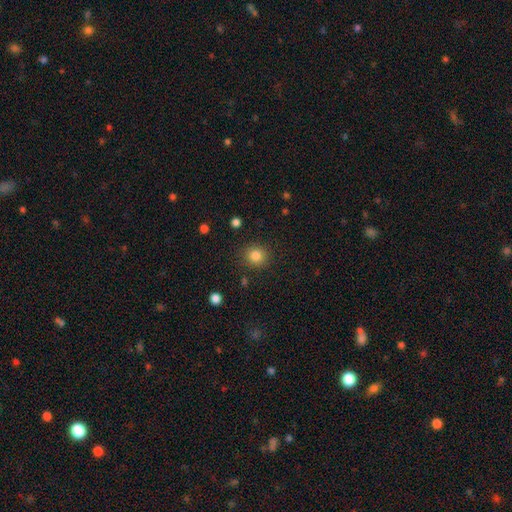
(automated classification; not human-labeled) This is clearly a smooth galaxy (83%). How rounded: clearly round (86%). Merging: clearly none (88%).